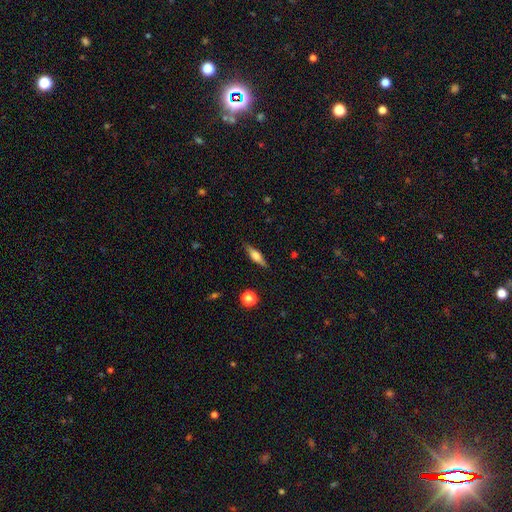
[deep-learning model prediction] Smooth or featured? smooth (54%)
How rounded? cigar-shaped (62%)
Merging? none (86%)